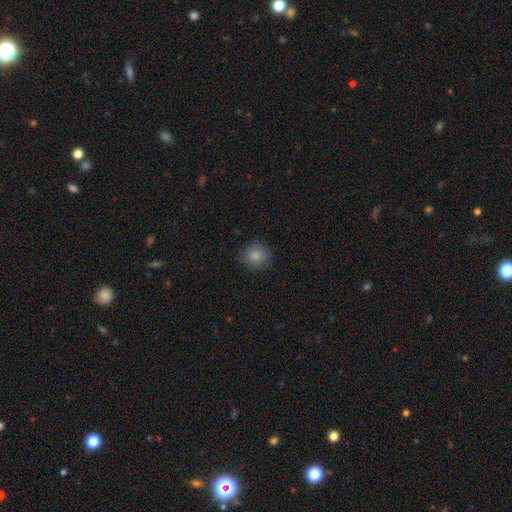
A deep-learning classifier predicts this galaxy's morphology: smooth 84%, star or artifact 10%, featured or disk 6%. Down the decision tree: how rounded — round (89%); merging — none (85%).